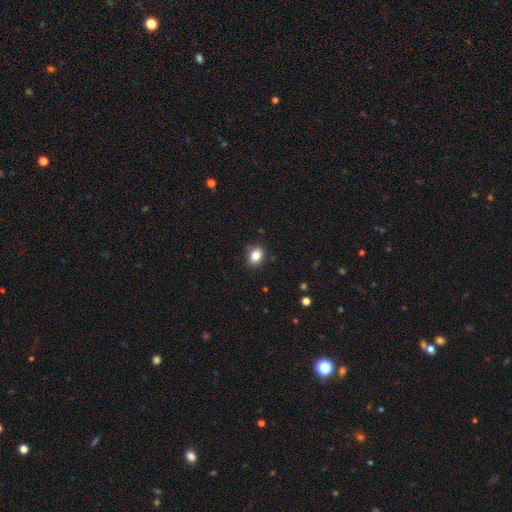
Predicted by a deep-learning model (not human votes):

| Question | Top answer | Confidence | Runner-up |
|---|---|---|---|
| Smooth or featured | smooth | 84% | star or artifact (9%) |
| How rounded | in between | 62% | round (37%) |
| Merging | none | 87% | minor disturbance (10%) |